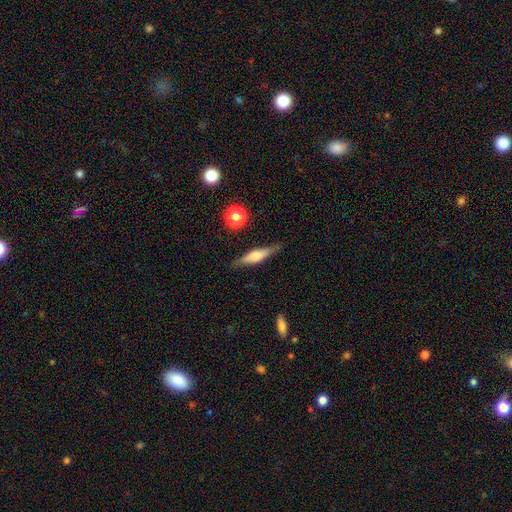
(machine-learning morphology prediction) A featured or disk galaxy (52%) viewed edge-on (94%). Merging: none (81%).